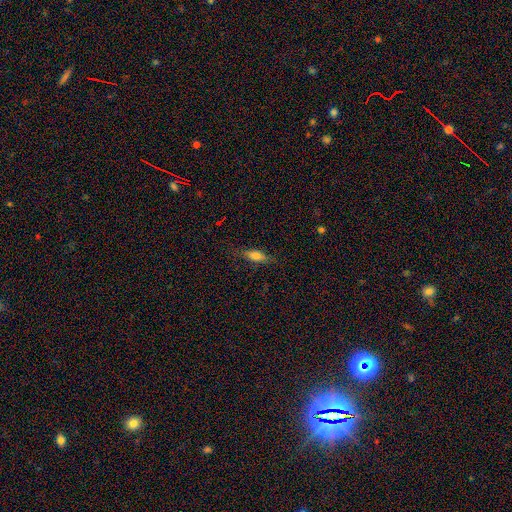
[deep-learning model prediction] smooth_or_featured: smooth (p=0.70) [alt: featured or disk p=0.21]
how_rounded: in between (p=0.59) [alt: cigar-shaped p=0.37]
merging: none (p=0.78) [alt: minor disturbance p=0.16]